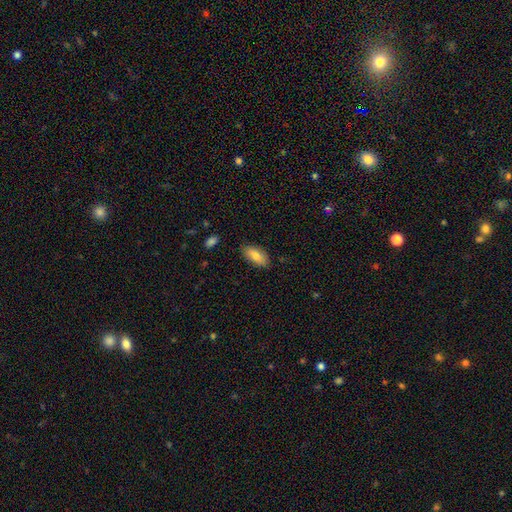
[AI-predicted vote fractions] This appears to be a smooth galaxy with no disk features (80%) that is in between round and cigar-shaped (88%). Merging: none (85%).